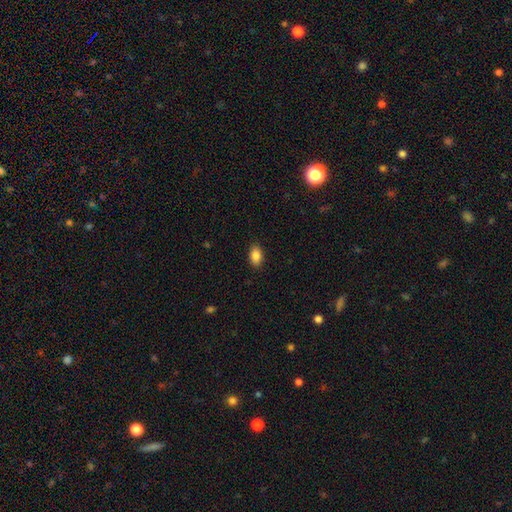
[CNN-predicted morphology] type=smooth (87%); roundness=in between (90%); merging=none (88%).